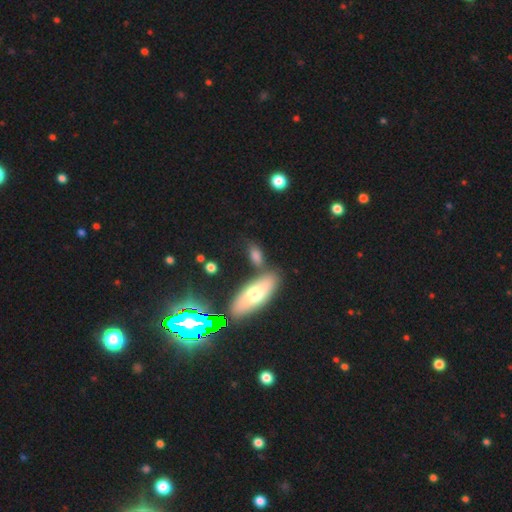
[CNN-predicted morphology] smooth 69%, featured or disk 18%, star or artifact 13%. Down the decision tree: how rounded — in between (75%); merging — none (64%).